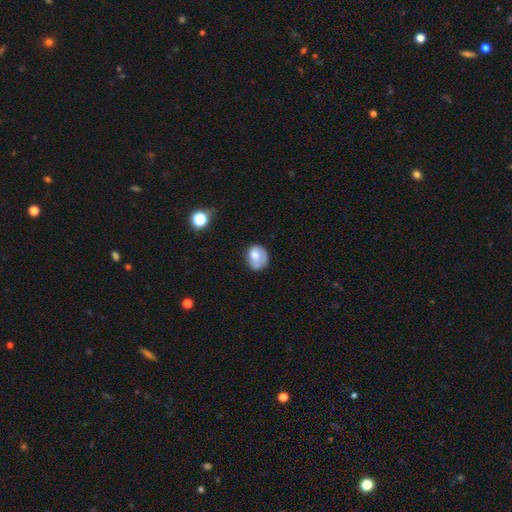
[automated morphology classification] smooth 68%, featured or disk 24%, star or artifact 8%. Down the decision tree: how rounded — round (59%); merging — none (52%).